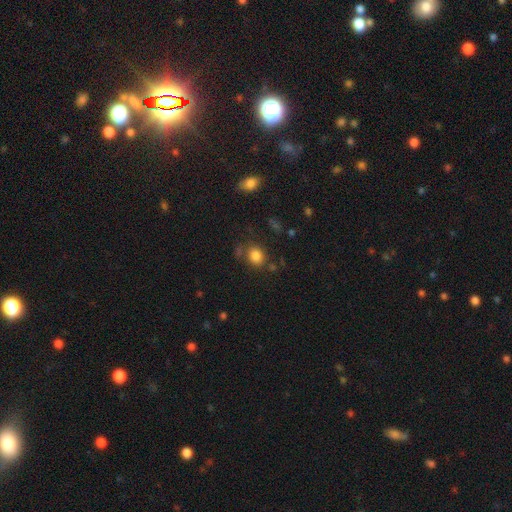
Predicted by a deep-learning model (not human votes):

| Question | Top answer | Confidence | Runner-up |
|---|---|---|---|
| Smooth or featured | smooth | 83% | star or artifact (11%) |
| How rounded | round | 62% | in between (37%) |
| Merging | none | 73% | minor disturbance (14%) |